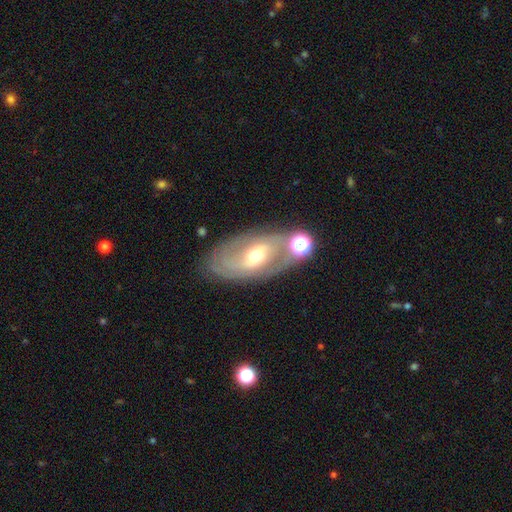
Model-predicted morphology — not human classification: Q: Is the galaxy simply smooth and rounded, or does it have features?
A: featured or disk — 74%.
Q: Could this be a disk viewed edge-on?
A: no — 93%.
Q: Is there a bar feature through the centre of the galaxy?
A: weak — 44%.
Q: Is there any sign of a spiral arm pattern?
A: yes — 83%.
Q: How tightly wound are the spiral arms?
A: tight — 42%.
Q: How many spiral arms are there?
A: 2 — 55%.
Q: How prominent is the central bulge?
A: moderate — 57%.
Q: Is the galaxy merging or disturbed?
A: none — 66%.